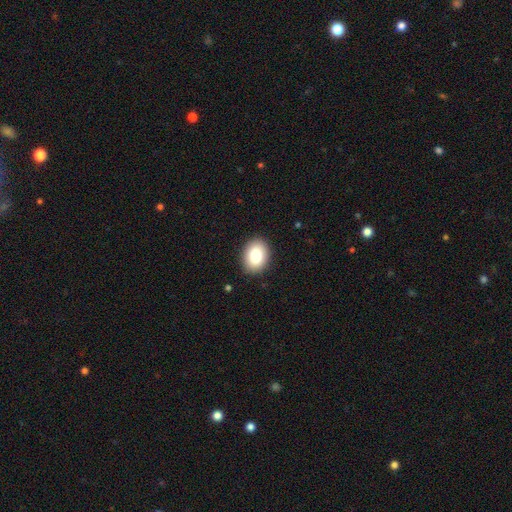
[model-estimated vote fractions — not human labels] Smooth or featured: smooth — 82% (featured or disk — 10%)
How rounded: in between — 67% (round — 32%)
Merging: none — 89% (minor disturbance — 8%)